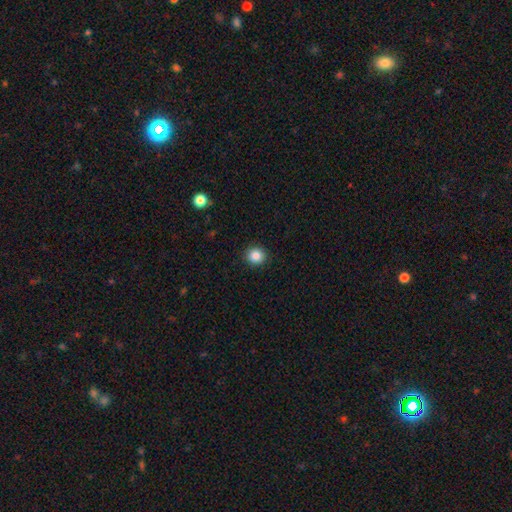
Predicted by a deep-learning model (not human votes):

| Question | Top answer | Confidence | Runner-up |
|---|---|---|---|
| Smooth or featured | smooth | 86% | star or artifact (10%) |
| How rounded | round | 90% | in between (9%) |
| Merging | none | 92% | minor disturbance (6%) |